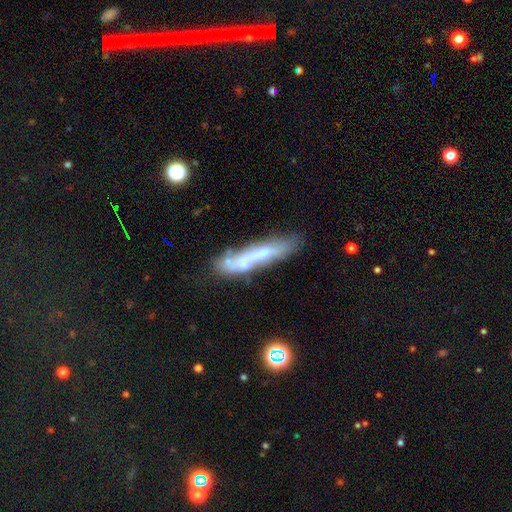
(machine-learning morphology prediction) A featured or disk galaxy (52%) viewed edge-on (55%).

Vote fractions:
- Smooth or featured? featured or disk: 52% / smooth: 39% / star or artifact: 9%
- Edge-on disk? yes: 55% / no: 45%
- Merging? none: 51% / minor disturbance: 22% / merger: 16% / major disturbance: 11%